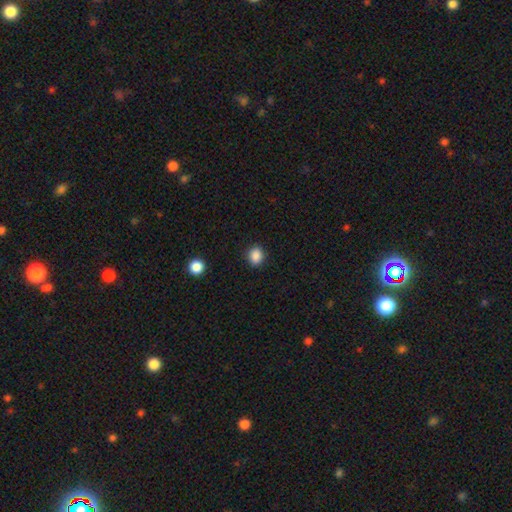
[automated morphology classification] Smooth or featured? Predicted: smooth (p=0.87). How rounded? Predicted: round (p=0.63). Merging? Predicted: none (p=0.89).